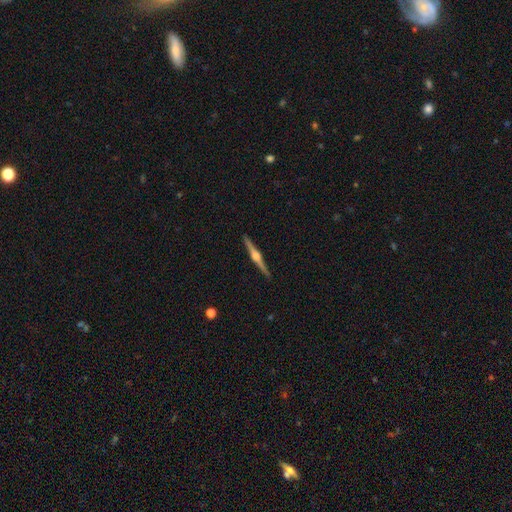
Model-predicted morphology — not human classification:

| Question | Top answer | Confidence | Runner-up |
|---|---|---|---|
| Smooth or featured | featured or disk | 85% | smooth (10%) |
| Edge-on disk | yes | 99% | no (1%) |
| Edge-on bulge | rounded | 93% | boxy (5%) |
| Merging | none | 92% | minor disturbance (5%) |